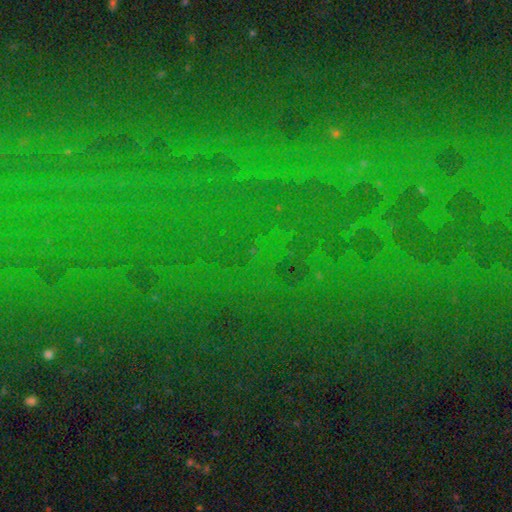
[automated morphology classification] Smooth or featured? star or artifact (82%)